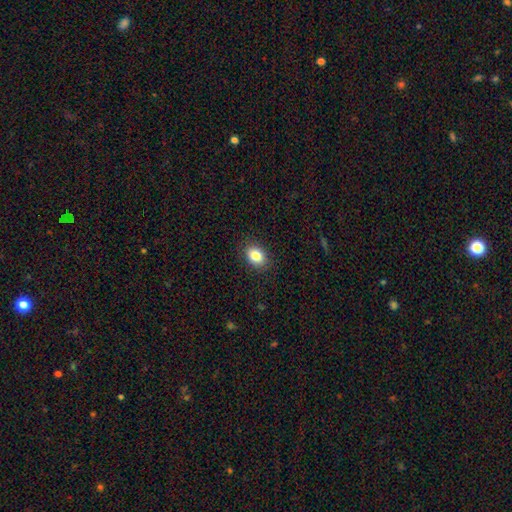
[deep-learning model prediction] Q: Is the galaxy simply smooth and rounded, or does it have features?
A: smooth — 83%.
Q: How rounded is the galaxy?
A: in between — 67%.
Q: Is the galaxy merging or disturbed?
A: none — 88%.